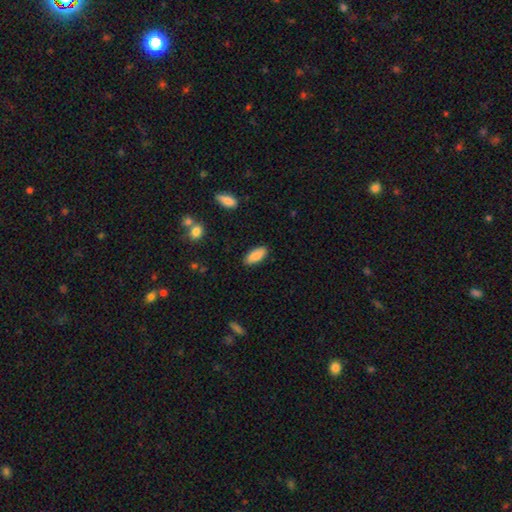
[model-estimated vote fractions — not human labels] Overall: smooth (87%). How rounded: in between (85%). Merging: none (87%).